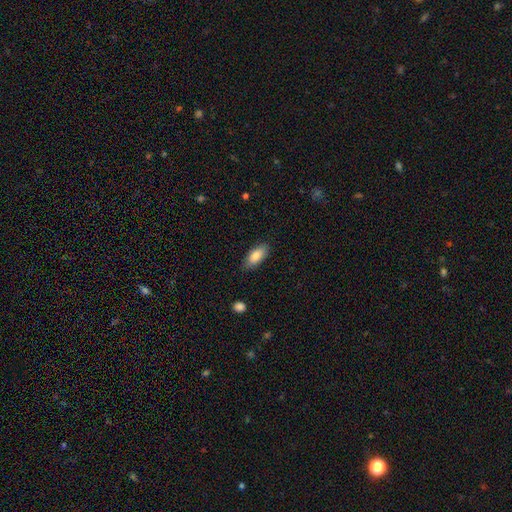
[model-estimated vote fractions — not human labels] smooth_or_featured: smooth (p=0.83) [alt: featured or disk p=0.10]
how_rounded: in between (p=0.85) [alt: cigar-shaped p=0.13]
merging: none (p=0.83) [alt: minor disturbance p=0.13]